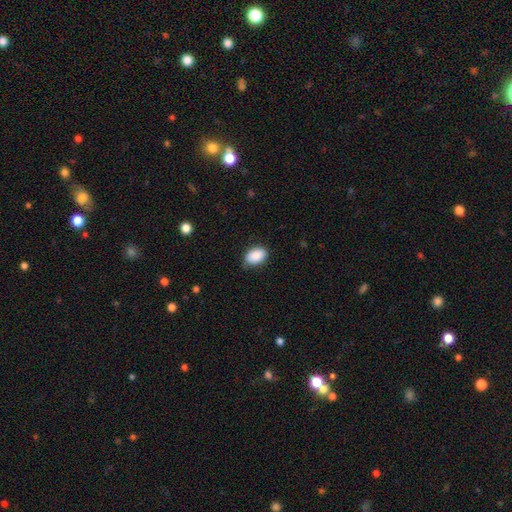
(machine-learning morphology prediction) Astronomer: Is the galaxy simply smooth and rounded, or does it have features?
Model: smooth — 88%.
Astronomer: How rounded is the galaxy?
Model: in between — 88%.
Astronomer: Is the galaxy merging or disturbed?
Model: none — 79%.